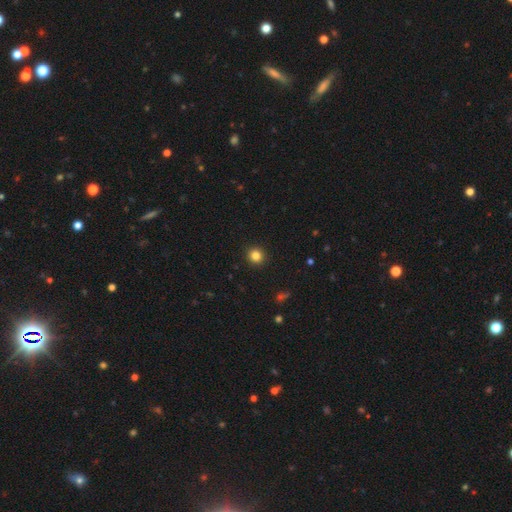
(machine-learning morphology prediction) type=smooth (83%); roundness=round (93%); merging=none (93%).